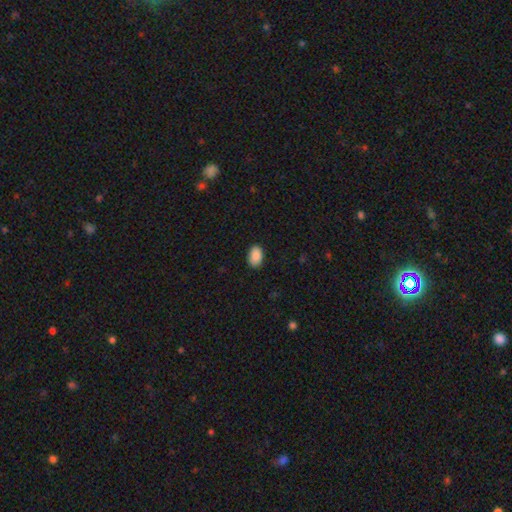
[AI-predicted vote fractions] This is clearly a smooth galaxy (90%). How rounded: clearly in between (90%). Merging: clearly none (88%).